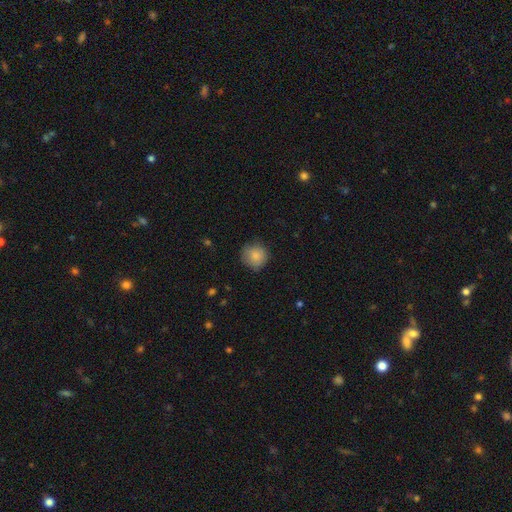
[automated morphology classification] Q: Smooth or featured?
A: smooth (85%); runner-up: star or artifact (8%)
Q: How rounded?
A: round (92%); runner-up: in between (7%)
Q: Merging?
A: none (79%); runner-up: minor disturbance (17%)